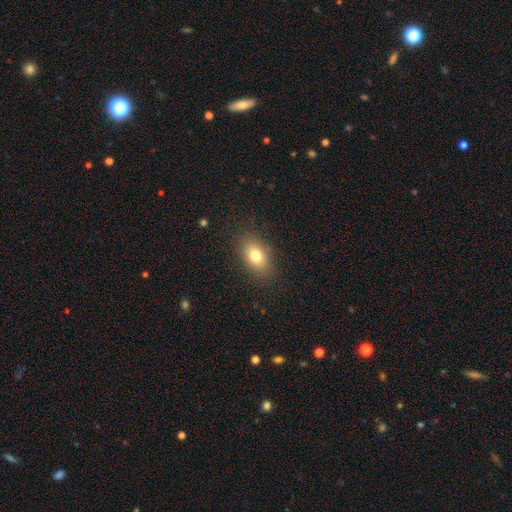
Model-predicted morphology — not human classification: A smooth galaxy with no disk features (79%) that is in between round and cigar-shaped (83%). Merging: none (85%).